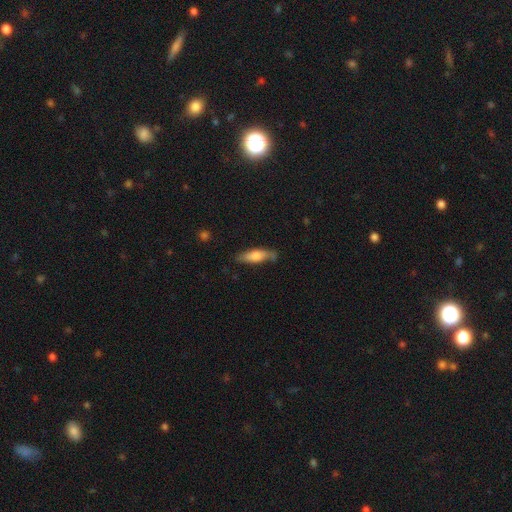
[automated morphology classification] smooth_or_featured: smooth (p=0.64) [alt: featured or disk p=0.30]
how_rounded: cigar-shaped (p=0.55) [alt: in between p=0.43]
merging: none (p=0.68) [alt: minor disturbance p=0.24]